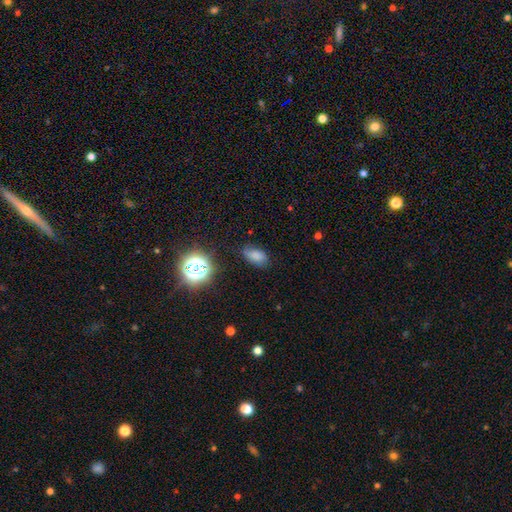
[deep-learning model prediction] A smooth galaxy with no disk features (67%) that is in between round and cigar-shaped (88%). Merging: none (67%).